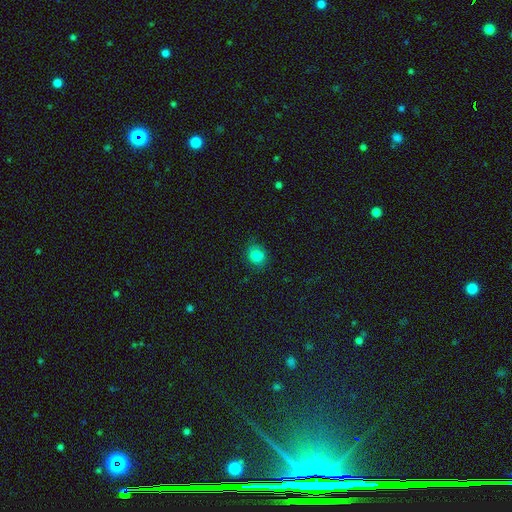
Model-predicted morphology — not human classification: Smooth or featured? Predicted: smooth (p=0.81). How rounded? Predicted: round (p=0.63). Merging? Predicted: none (p=0.78).